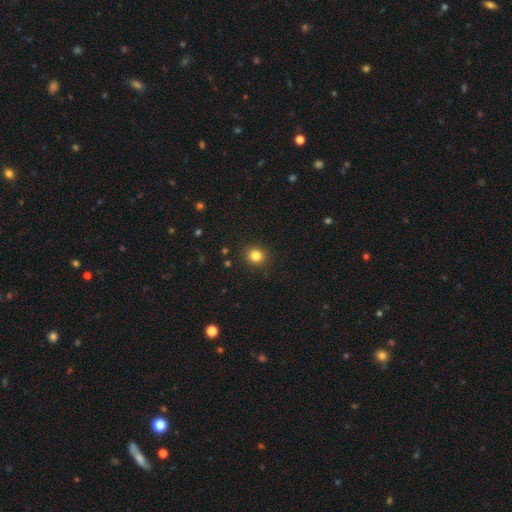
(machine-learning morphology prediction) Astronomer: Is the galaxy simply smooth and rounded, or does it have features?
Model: smooth — 83%.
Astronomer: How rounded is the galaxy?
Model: round — 86%.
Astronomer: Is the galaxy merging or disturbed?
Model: none — 91%.